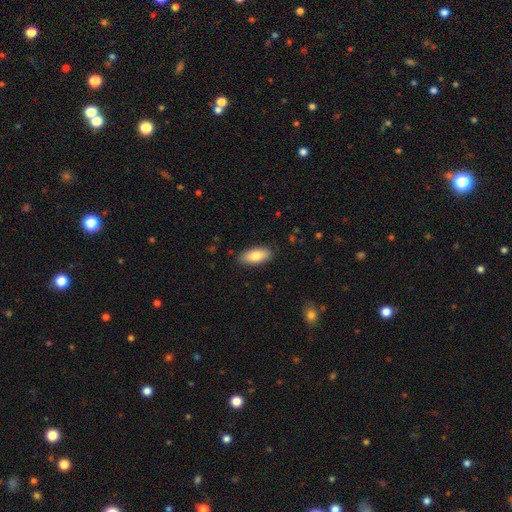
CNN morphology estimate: Smooth or featured? smooth (83%)
How rounded? in between (87%)
Merging? none (87%)